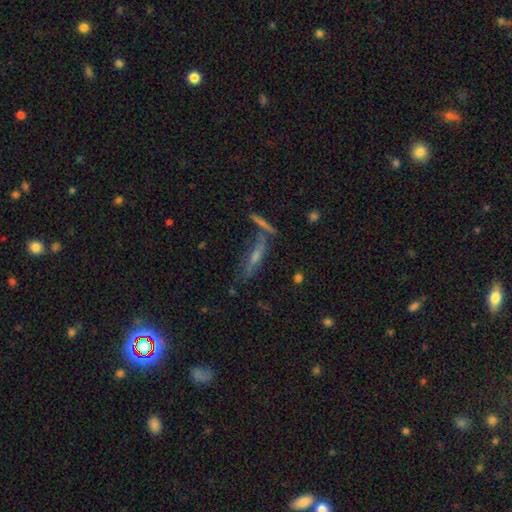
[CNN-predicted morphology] type=featured or disk (42%); merging=none (50%).